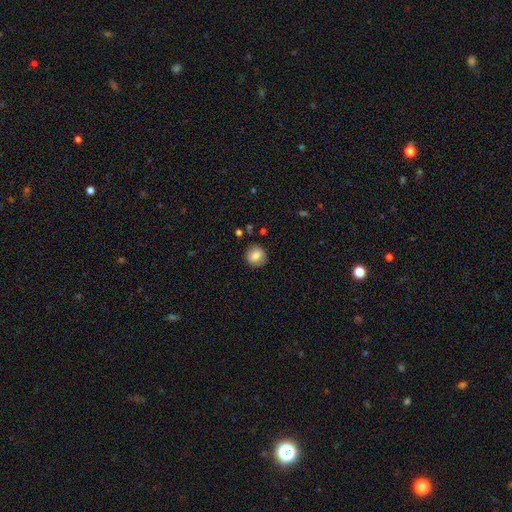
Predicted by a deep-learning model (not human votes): Smooth or featured: smooth — 77% (featured or disk — 14%)
How rounded: round — 86% (in between — 13%)
Merging: none — 84% (minor disturbance — 11%)